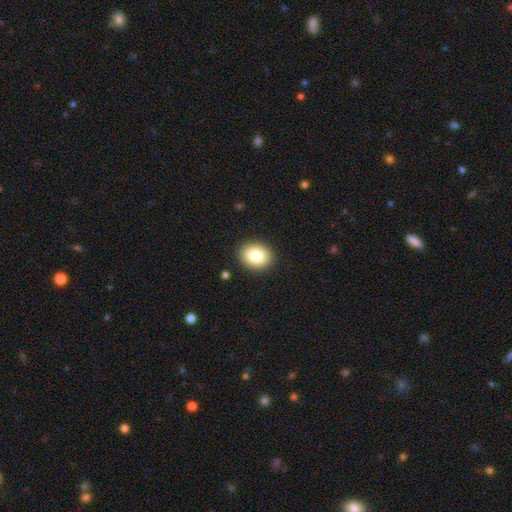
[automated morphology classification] smooth-or-featured: smooth: 83% | featured or disk: 9% | star or artifact: 8%
  how-rounded: round: 50% | in between: 49% | cigar-shaped: 1%
  merging: none: 90% | minor disturbance: 7% | major disturbance: 2% | merger: 1%